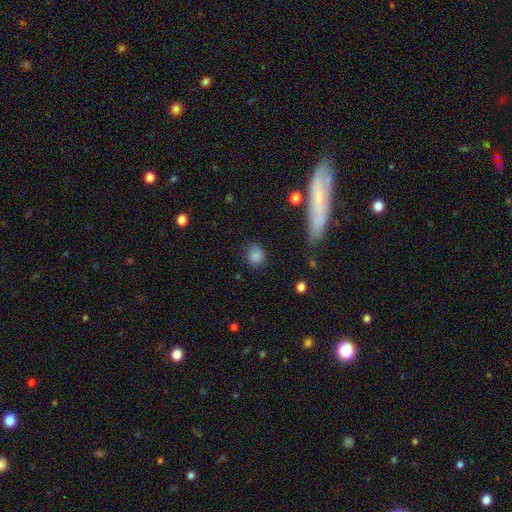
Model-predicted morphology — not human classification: A smooth galaxy with no disk features (84%) that is round (79%). Merging: none (81%).